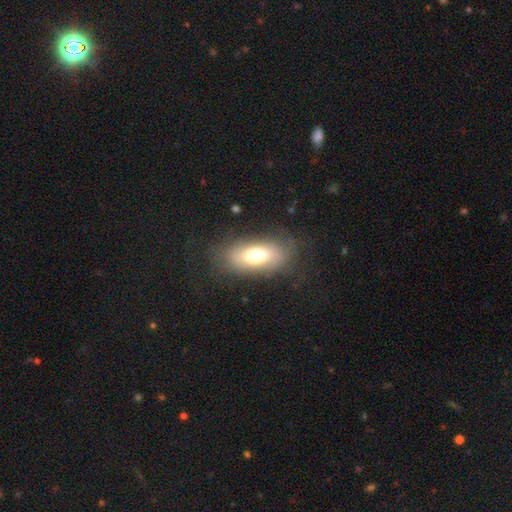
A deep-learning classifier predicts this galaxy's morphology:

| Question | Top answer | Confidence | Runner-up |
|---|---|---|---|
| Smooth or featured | smooth | 70% | featured or disk (22%) |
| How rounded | in between | 83% | cigar-shaped (13%) |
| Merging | none | 76% | minor disturbance (16%) |